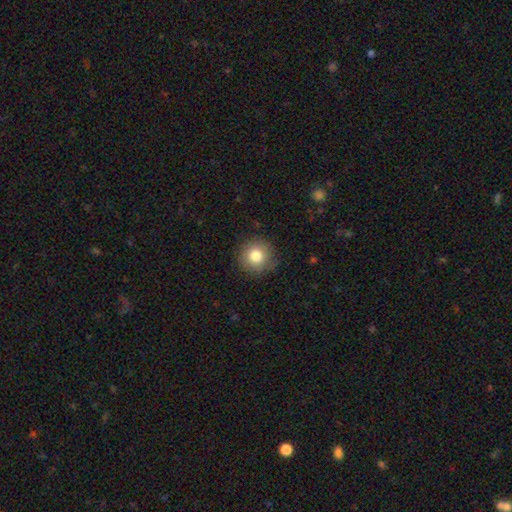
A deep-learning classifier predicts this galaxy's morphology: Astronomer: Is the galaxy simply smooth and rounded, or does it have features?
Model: smooth — 81%.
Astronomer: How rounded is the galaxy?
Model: round — 94%.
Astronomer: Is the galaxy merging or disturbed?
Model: none — 87%.